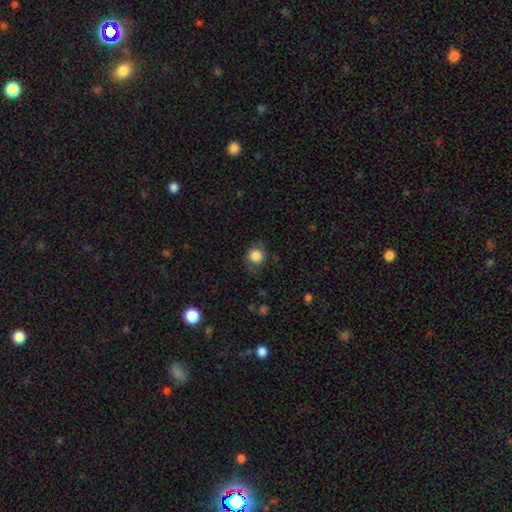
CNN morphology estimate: A smooth galaxy with no disk features (82%) that is round (79%). Merging: none (73%).